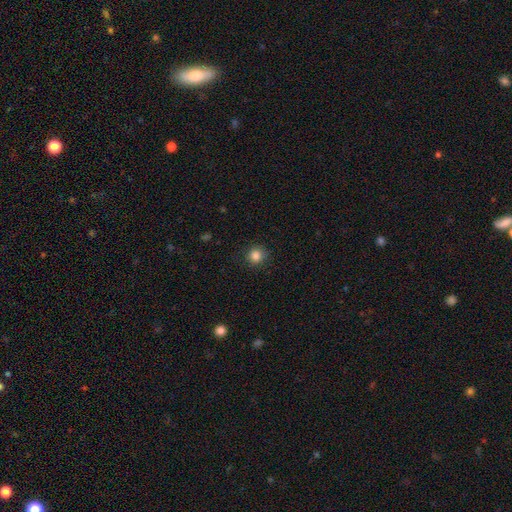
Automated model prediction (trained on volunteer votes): smooth_or_featured: smooth (p=0.85) [alt: star or artifact p=0.11]
how_rounded: round (p=0.92) [alt: in between p=0.07]
merging: none (p=0.90) [alt: minor disturbance p=0.07]